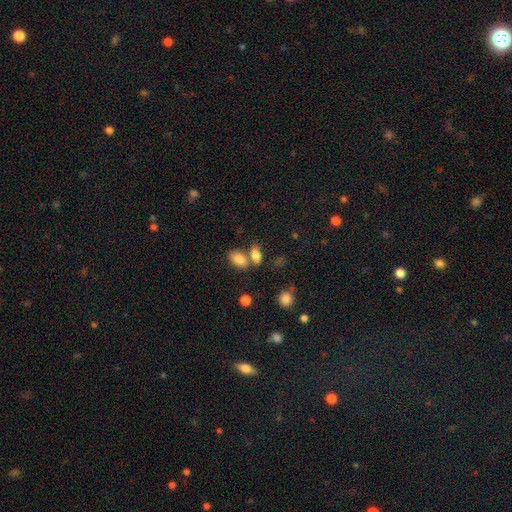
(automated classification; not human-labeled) Q: Smooth or featured?
A: smooth (81%); runner-up: featured or disk (10%)
Q: How rounded?
A: in between (87%); runner-up: cigar-shaped (7%)
Q: Merging?
A: none (50%); runner-up: merger (36%)